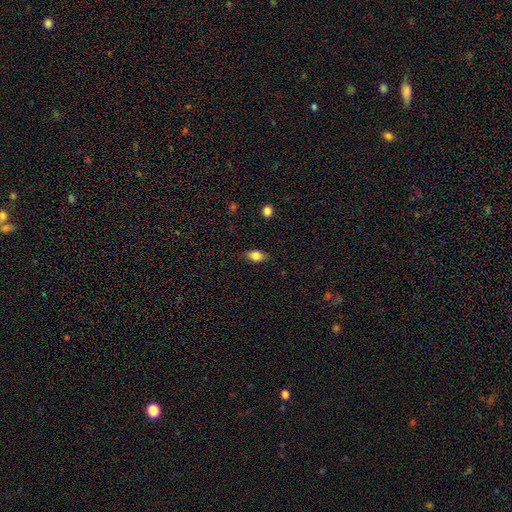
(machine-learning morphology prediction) type=smooth (83%); roundness=in between (83%); merging=none (81%).